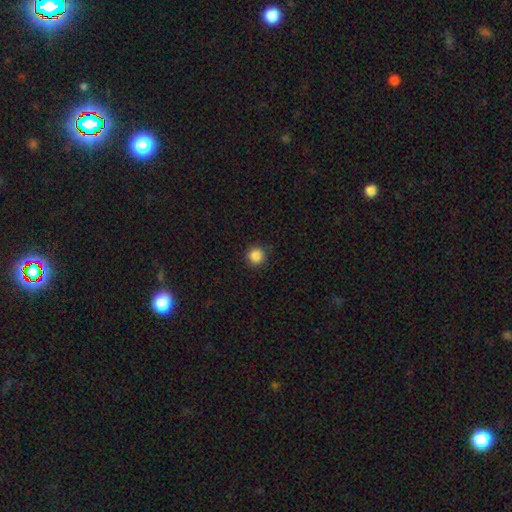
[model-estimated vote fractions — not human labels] Smooth or featured? smooth (87%)
How rounded? round (96%)
Merging? none (91%)